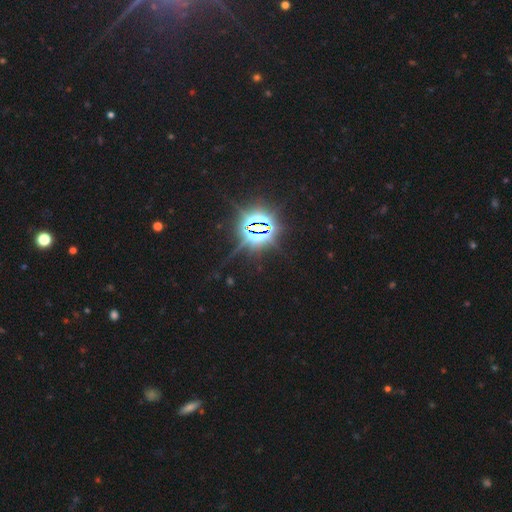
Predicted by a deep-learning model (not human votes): Overall: star or artifact (84%).